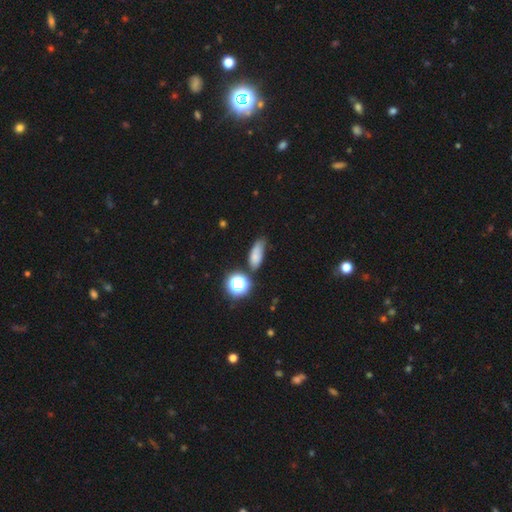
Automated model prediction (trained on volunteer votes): This is likely a smooth galaxy (72%). How rounded: likely in between (67%). Merging: possibly none (55%).